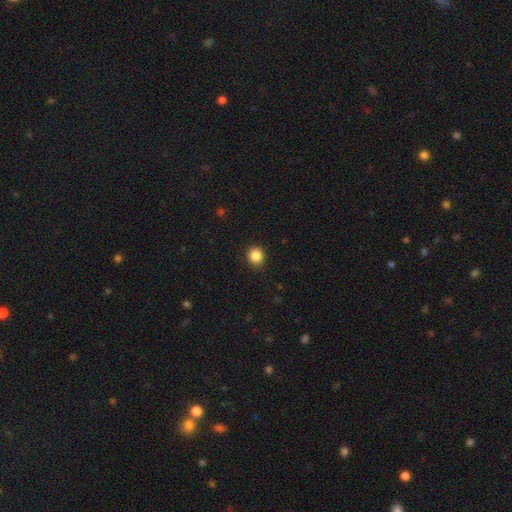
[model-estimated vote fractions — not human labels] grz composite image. It shows a smooth galaxy with no disk features (86%) that is round (86%). Merging: none (90%).